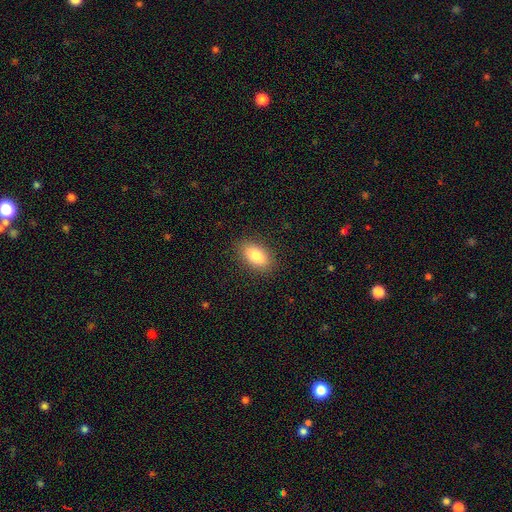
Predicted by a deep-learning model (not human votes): Q: Smooth or featured?
A: smooth (86%); runner-up: featured or disk (7%)
Q: How rounded?
A: in between (91%); runner-up: cigar-shaped (5%)
Q: Merging?
A: none (88%); runner-up: minor disturbance (9%)